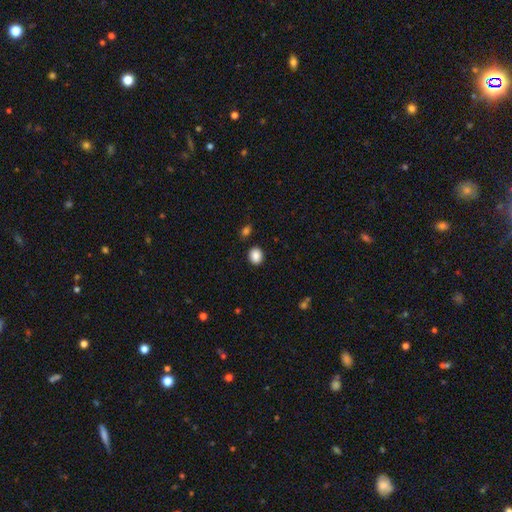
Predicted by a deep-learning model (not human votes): A smooth galaxy with no disk features (88%) that is round (57%).

Vote fractions:
- Smooth or featured? smooth: 88% / star or artifact: 9% / featured or disk: 4%
- How rounded? round: 57% / in between: 42% / cigar-shaped: 1%
- Merging? none: 88% / minor disturbance: 7% / merger: 3% / major disturbance: 2%